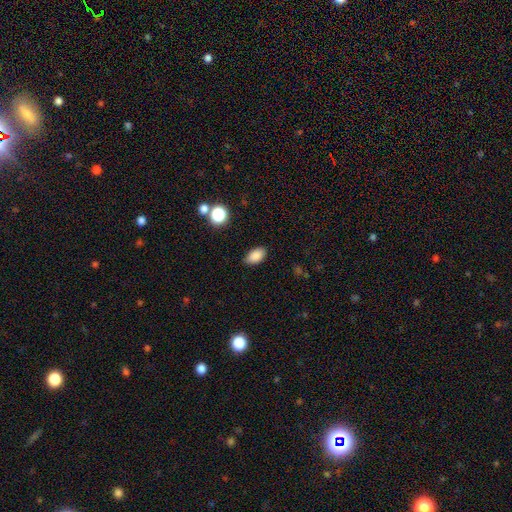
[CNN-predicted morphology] A smooth galaxy with no disk features (86%) that is in between round and cigar-shaped (91%). Merging: none (84%).